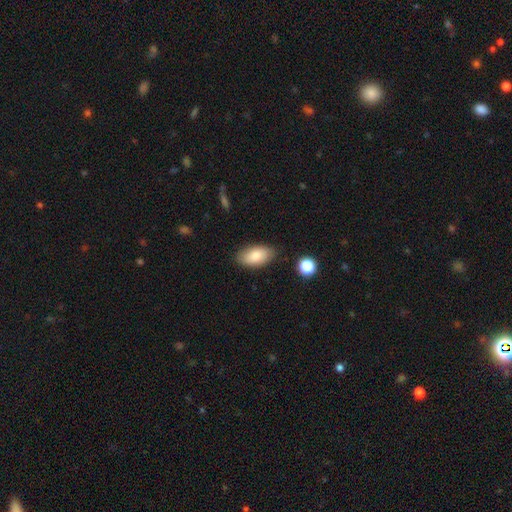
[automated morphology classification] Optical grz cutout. It shows a smooth galaxy with no disk features (84%) that is in between round and cigar-shaped (94%). Merging: none (83%).